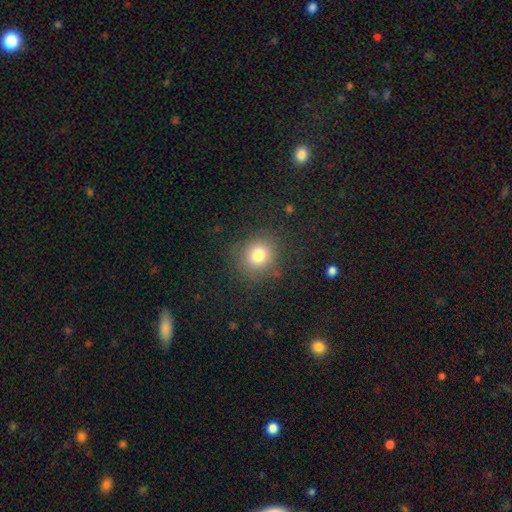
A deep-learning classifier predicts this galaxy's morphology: type=smooth (71%); roundness=round (92%); merging=none (90%).